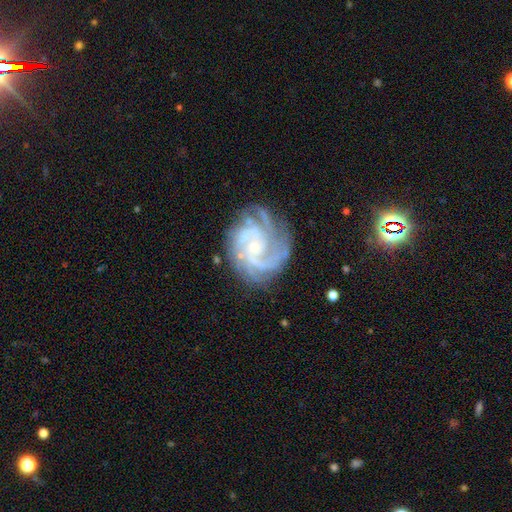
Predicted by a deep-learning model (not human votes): Morphology: type=featured or disk (85%); edge-on=no (98%); bar=no (60%); spiral arms=yes (97%); winding=tight (58%); arm count=3 (33%); bulge=small (68%); merging=none (72%).